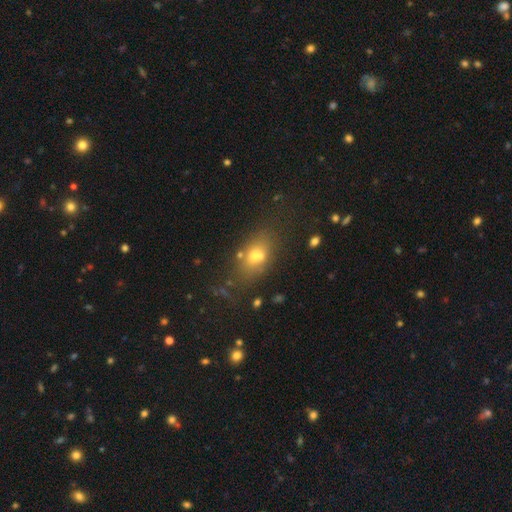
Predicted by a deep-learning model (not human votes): This appears to be a smooth galaxy with no disk features (66%) that is in between round and cigar-shaped (79%). Merging: none (60%).